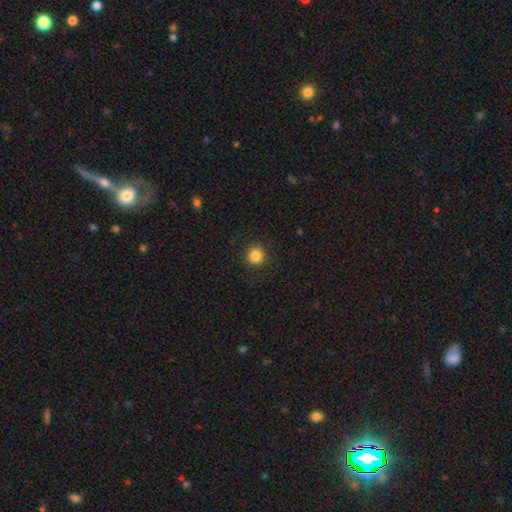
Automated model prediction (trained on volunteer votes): A smooth galaxy with no disk features (86%) that is round (93%).

Vote fractions:
- Smooth or featured? smooth: 86% / star or artifact: 11% / featured or disk: 4%
- How rounded? round: 93% / in between: 6% / cigar-shaped: 1%
- Merging? none: 91% / minor disturbance: 6% / major disturbance: 2% / merger: 1%